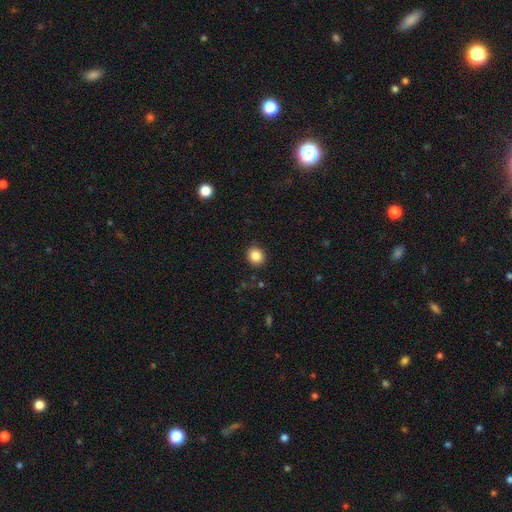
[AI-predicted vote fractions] The model was most divided on "how rounded": round: 84%, in between: 15%, cigar-shaped: 1%. More confident: merging — none (91%); smooth or featured — smooth (86%).